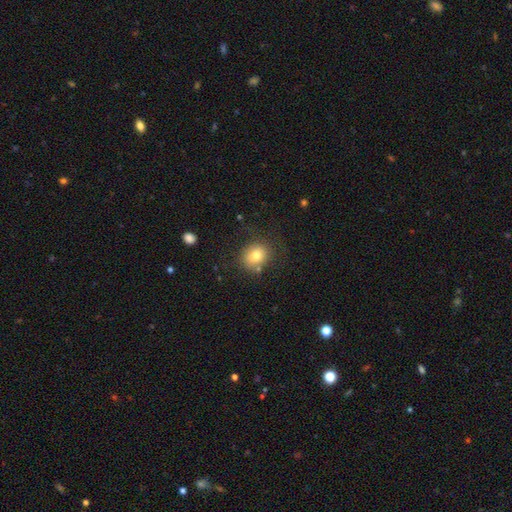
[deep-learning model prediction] Smooth or featured: smooth — 76% (featured or disk — 12%)
How rounded: round — 71% (in between — 28%)
Merging: none — 75% (minor disturbance — 14%)